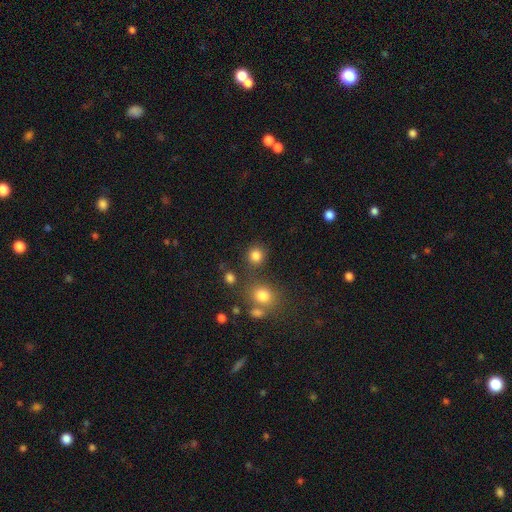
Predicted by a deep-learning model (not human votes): smooth-or-featured: smooth: 81% | star or artifact: 14% | featured or disk: 5%
  how-rounded: round: 89% | in between: 10% | cigar-shaped: 1%
  merging: none: 77% | merger: 10% | minor disturbance: 9% | major disturbance: 4%